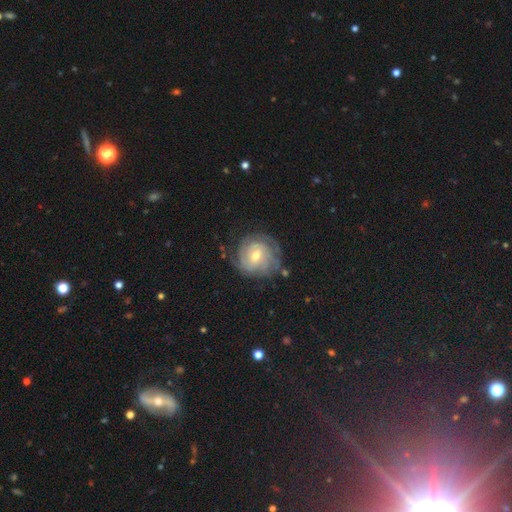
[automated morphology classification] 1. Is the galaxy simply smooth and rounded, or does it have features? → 77% featured or disk, 17% smooth, 6% star or artifact.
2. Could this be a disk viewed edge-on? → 97% no, 3% yes.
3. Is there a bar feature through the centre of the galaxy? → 46% no, 45% weak, 9% strong.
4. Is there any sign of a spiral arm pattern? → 91% yes, 9% no.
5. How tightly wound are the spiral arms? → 73% tight, 21% medium, 6% loose.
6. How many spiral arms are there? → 46% can't tell, 19% 2, 16% 3, 9% 4, 5% 1, 5% more than 4.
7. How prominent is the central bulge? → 59% moderate, 36% small, 3% large, 1% none, 1% dominant.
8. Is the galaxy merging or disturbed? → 70% none, 19% minor disturbance, 9% major disturbance, 2% merger.